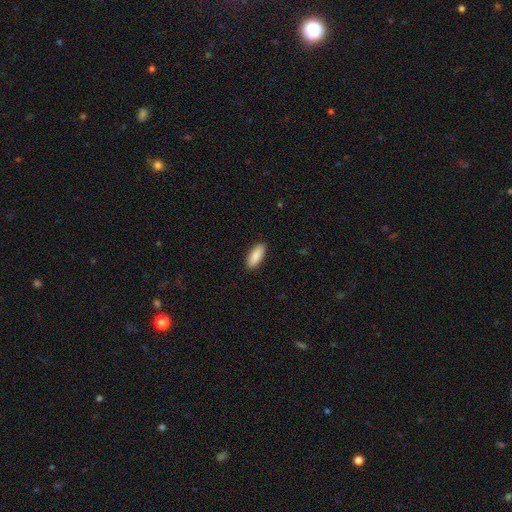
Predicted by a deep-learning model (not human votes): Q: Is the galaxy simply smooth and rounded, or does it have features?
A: smooth — 89%.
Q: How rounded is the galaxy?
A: in between — 76%.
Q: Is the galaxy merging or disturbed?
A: none — 90%.